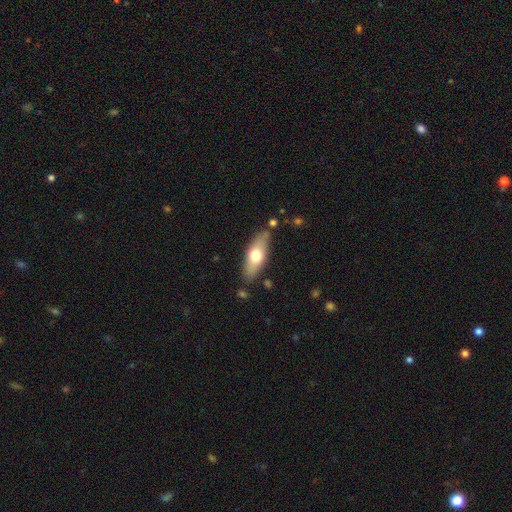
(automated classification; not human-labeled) Morphology: type=smooth (62%); roundness=in between (67%); merging=none (81%).